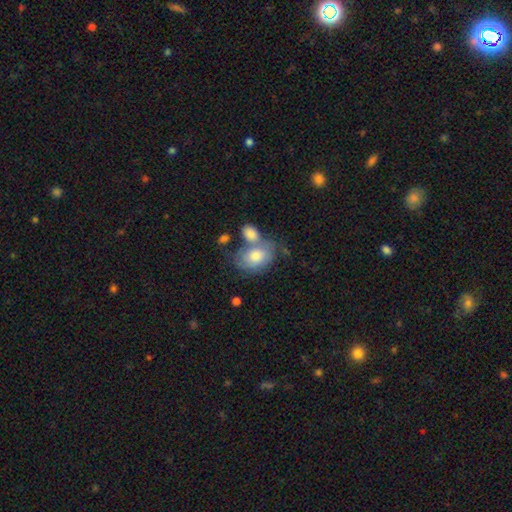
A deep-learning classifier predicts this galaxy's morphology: Smooth or featured?
  - smooth: 70% *
  - featured or disk: 23%
  - star or artifact: 7%
How rounded?
  - in between: 77% *
  - round: 22%
  - cigar-shaped: 1%
Merging?
  - merger: 40% *
  - none: 34%
  - minor disturbance: 17%
  - major disturbance: 9%